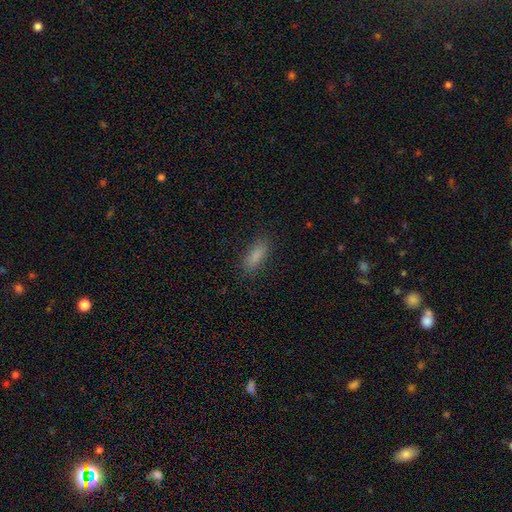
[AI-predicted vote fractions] A smooth galaxy with no disk features (85%) that is in between round and cigar-shaped (67%).

Vote fractions:
- Smooth or featured? smooth: 85% / star or artifact: 9% / featured or disk: 6%
- How rounded? in between: 67% / cigar-shaped: 31% / round: 2%
- Merging? none: 84% / minor disturbance: 11% / major disturbance: 3% / merger: 1%